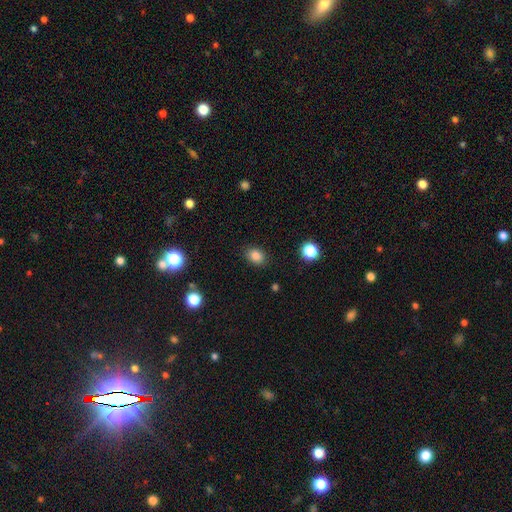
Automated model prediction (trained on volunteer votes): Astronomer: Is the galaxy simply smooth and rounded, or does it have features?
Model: smooth — 84%.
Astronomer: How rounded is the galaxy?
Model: in between — 60% (runner-up: round, 39%).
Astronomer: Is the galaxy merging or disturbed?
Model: none — 86%.